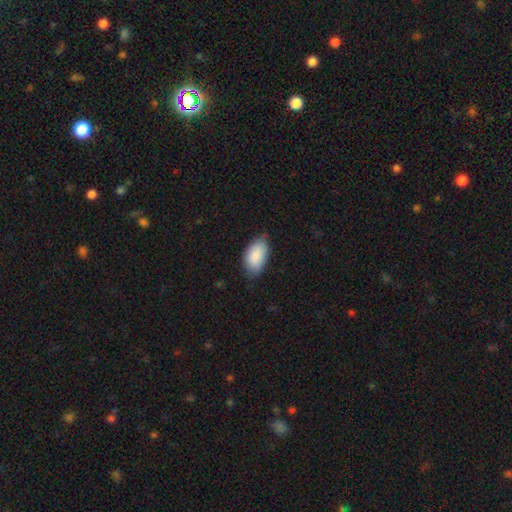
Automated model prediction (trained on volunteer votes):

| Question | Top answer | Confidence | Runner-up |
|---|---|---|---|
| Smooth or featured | smooth | 88% | featured or disk (6%) |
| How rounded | in between | 95% | round (3%) |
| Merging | none | 70% | minor disturbance (25%) |